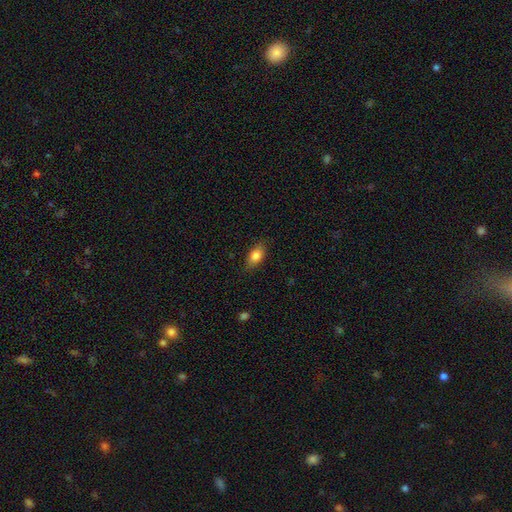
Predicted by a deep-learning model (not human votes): Overall: smooth (82%). How rounded: in between (86%). Merging: none (84%).